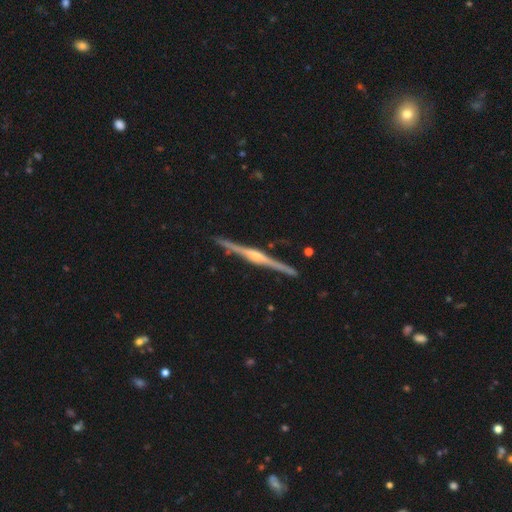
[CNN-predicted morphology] A featured or disk galaxy (89%) viewed edge-on (99%) with a rounded central bulge (84%).

Vote fractions:
- Smooth or featured? featured or disk: 89% / smooth: 7% / star or artifact: 5%
- Edge-on disk? yes: 99% / no: 1%
- Edge-on bulge? rounded: 84% / none: 8% / boxy: 8%
- Merging? none: 90% / minor disturbance: 6% / merger: 2% / major disturbance: 2%